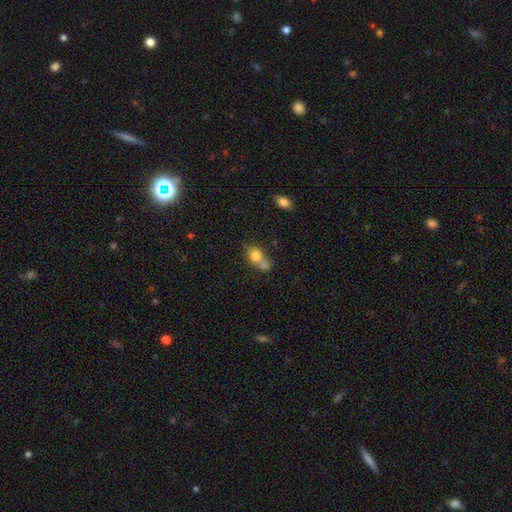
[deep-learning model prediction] This appears to be a smooth galaxy with no disk features (76%) that is round (62%). Merging: merger (52%).